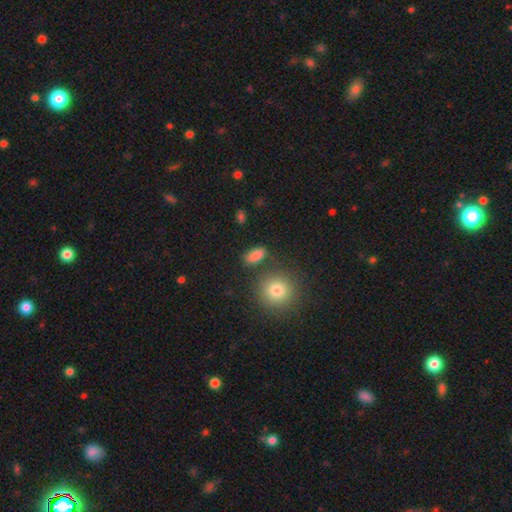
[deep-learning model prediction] Smooth or featured: smooth — 82% (star or artifact — 12%)
How rounded: in between — 79% (round — 13%)
Merging: none — 74% (minor disturbance — 14%)